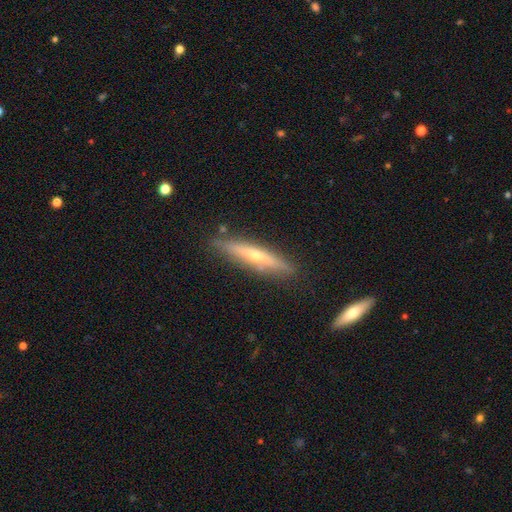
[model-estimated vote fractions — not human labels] smooth-or-featured: featured or disk: 61% | smooth: 31% | star or artifact: 8%
  disk-edge-on: yes: 91% | no: 9%
    edge-on-bulge: rounded: 80% | none: 17% | boxy: 3%
  merging: none: 85% | minor disturbance: 11% | merger: 2% | major disturbance: 2%